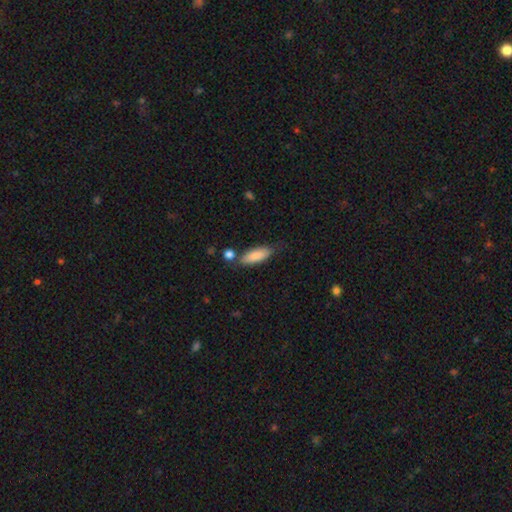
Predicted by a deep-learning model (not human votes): smooth 86%, featured or disk 8%, star or artifact 6%. Down the decision tree: how rounded — in between (68%); merging — none (69%).